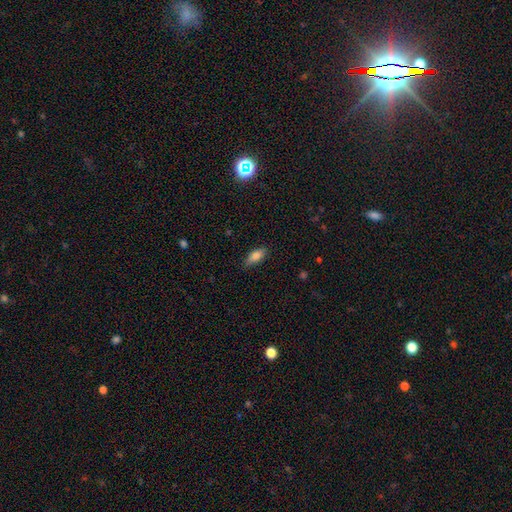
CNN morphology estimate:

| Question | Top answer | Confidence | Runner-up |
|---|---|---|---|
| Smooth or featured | smooth | 83% | featured or disk (10%) |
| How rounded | in between | 80% | cigar-shaped (17%) |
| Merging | none | 81% | minor disturbance (15%) |